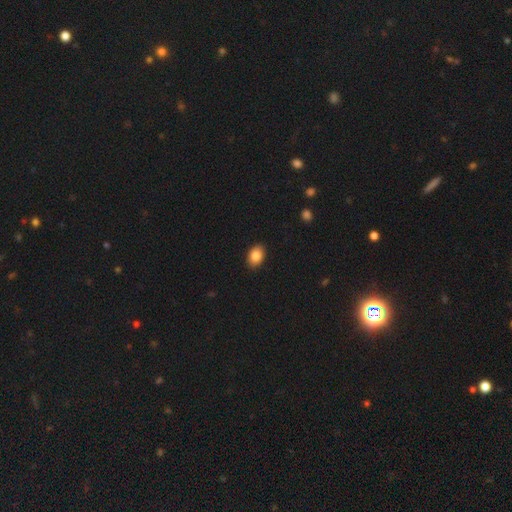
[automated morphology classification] smooth 86%, star or artifact 8%, featured or disk 6%. Down the decision tree: how rounded — in between (80%); merging — none (89%).